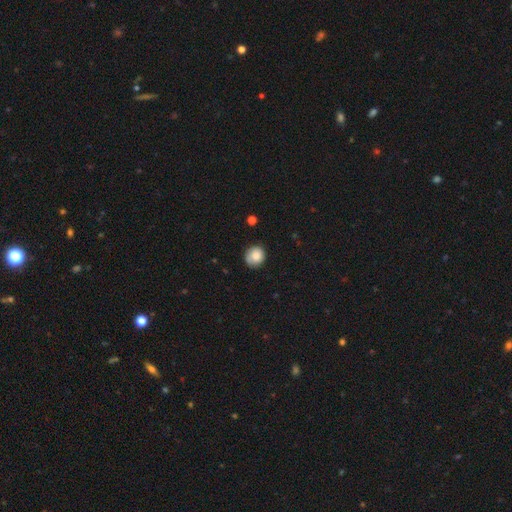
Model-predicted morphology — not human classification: type=smooth (84%); roundness=round (84%); merging=none (80%).